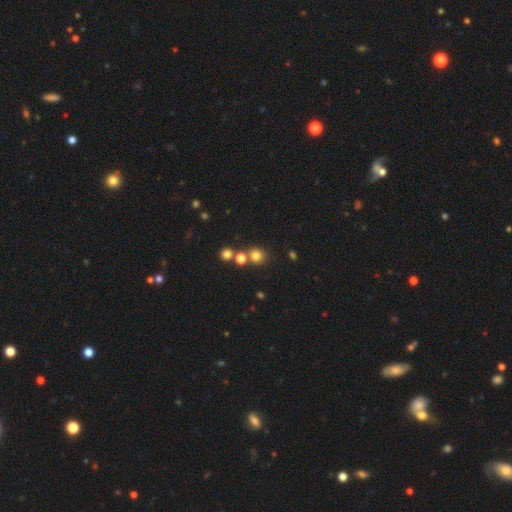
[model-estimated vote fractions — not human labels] This is likely a smooth galaxy (76%). How rounded: clearly round (87%). Merging: likely none (71%).